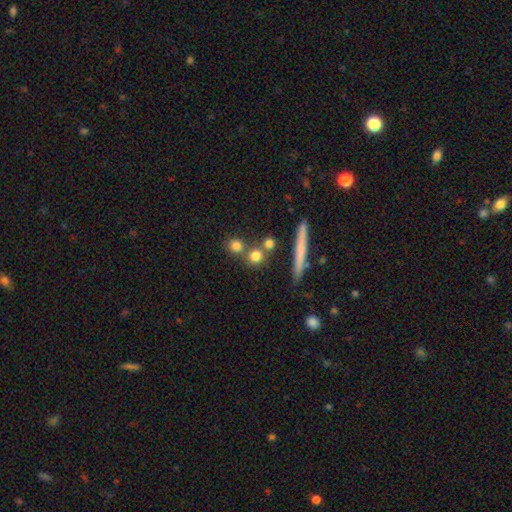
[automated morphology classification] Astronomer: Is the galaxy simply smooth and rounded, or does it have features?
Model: smooth — 74%.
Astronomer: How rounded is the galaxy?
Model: round — 80%.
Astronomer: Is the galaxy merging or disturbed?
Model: none — 68%.